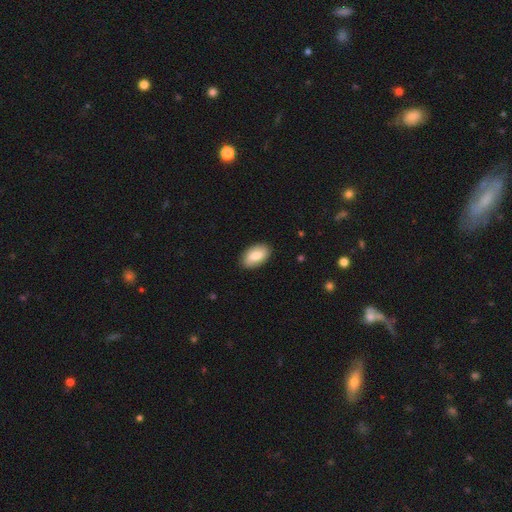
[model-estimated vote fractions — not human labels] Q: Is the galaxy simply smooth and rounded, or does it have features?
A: smooth — 81%.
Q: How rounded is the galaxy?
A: in between — 94%.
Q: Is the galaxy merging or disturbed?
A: none — 87%.